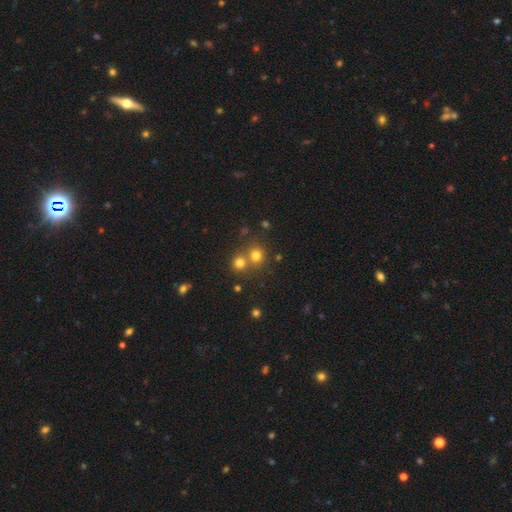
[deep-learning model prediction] A smooth galaxy with no disk features (75%) that is round (88%).

Vote fractions:
- Smooth or featured? smooth: 75% / star or artifact: 17% / featured or disk: 8%
- How rounded? round: 88% / in between: 11% / cigar-shaped: 1%
- Merging? none: 58% / merger: 33% / minor disturbance: 6% / major disturbance: 3%